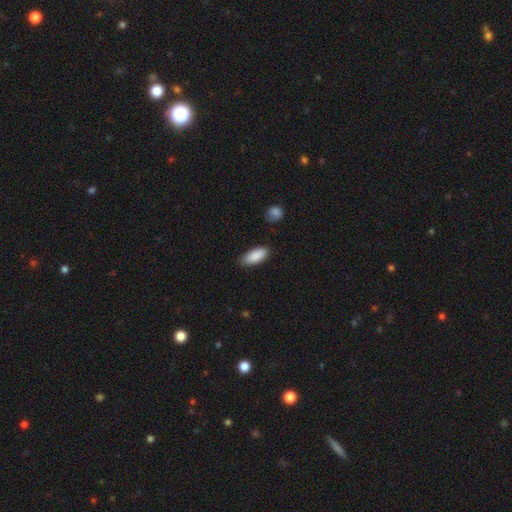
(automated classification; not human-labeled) Smooth or featured? Predicted: smooth (p=0.89). How rounded? Predicted: in between (p=0.83). Merging? Predicted: none (p=0.84).